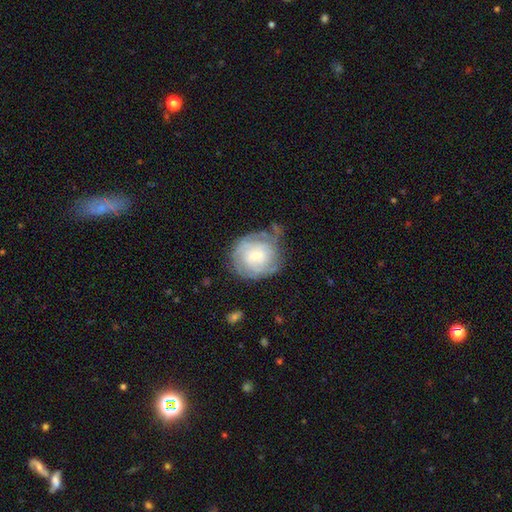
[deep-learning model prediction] smooth-or-featured: featured or disk: 63% | smooth: 30% | star or artifact: 6%
  disk-edge-on: no: 97% | yes: 3%
    bar: no: 53% | weak: 39% | strong: 7%
    has-spiral-arms: yes: 79% | no: 21%
    bulge-size: small: 51% | moderate: 41% | large: 4% | none: 2% | dominant: 1%
  merging: none: 53% | minor disturbance: 28% | major disturbance: 16% | merger: 4%